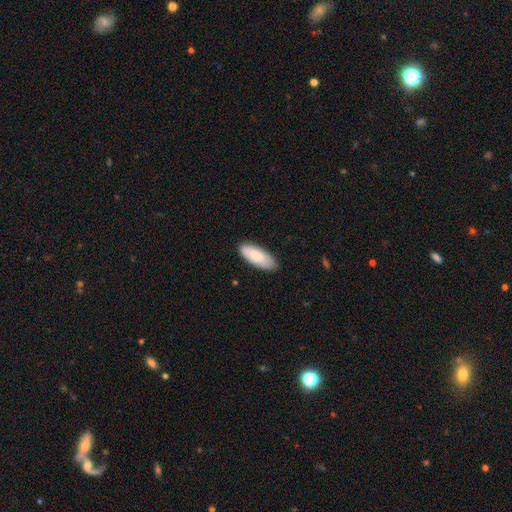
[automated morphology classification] smooth_or_featured: smooth (p=0.80) [alt: featured or disk p=0.14]
how_rounded: in between (p=0.79) [alt: cigar-shaped p=0.19]
merging: none (p=0.85) [alt: minor disturbance p=0.12]